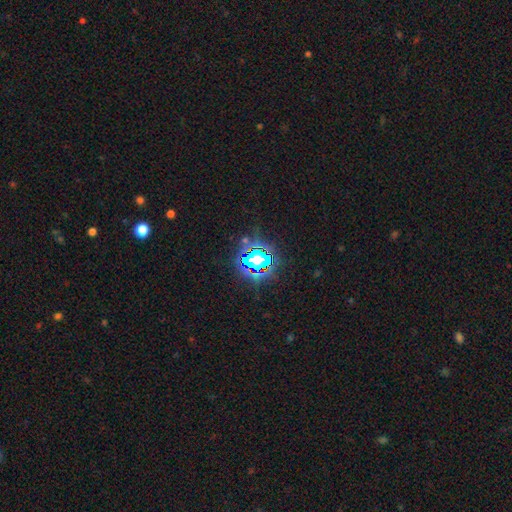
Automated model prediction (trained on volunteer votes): Smooth or featured?
  - star or artifact: 80% *
  - smooth: 12%
  - featured or disk: 8%